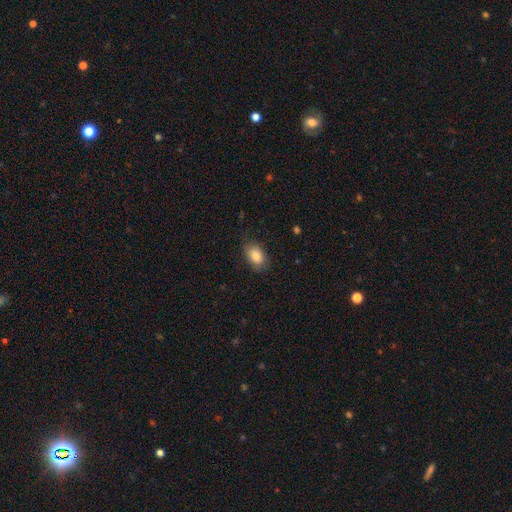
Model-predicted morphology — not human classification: smooth-or-featured: smooth: 86% | star or artifact: 7% | featured or disk: 7%
  how-rounded: in between: 88% | round: 11% | cigar-shaped: 2%
  merging: none: 80% | minor disturbance: 15% | major disturbance: 4% | merger: 1%